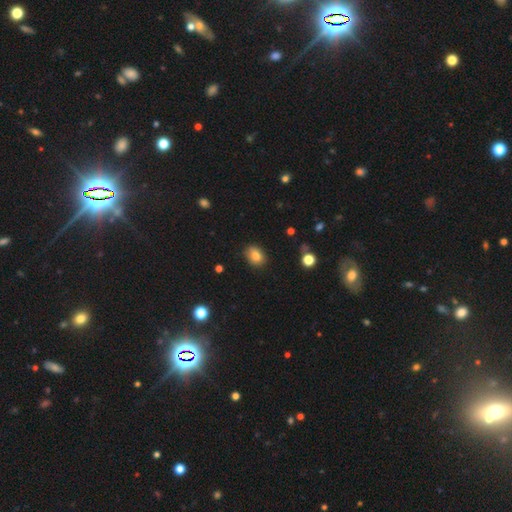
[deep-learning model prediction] smooth-or-featured: smooth: 82% | star or artifact: 10% | featured or disk: 8%
  how-rounded: in between: 64% | round: 35% | cigar-shaped: 1%
  merging: none: 85% | minor disturbance: 12% | major disturbance: 2% | merger: 1%